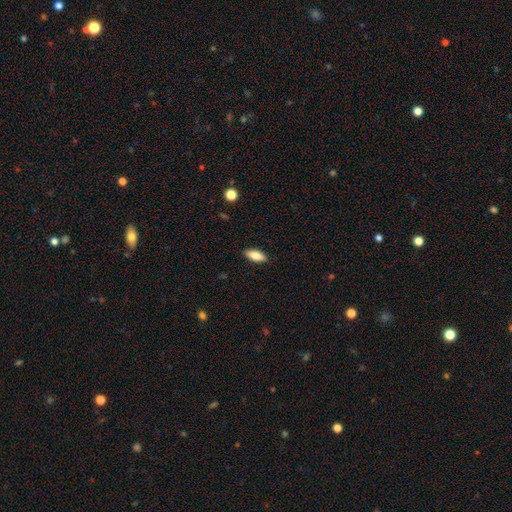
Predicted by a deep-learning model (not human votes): The model was most divided on "how rounded": in between: 79%, cigar-shaped: 19%, round: 2%. More confident: merging — none (88%); smooth or featured — smooth (81%).